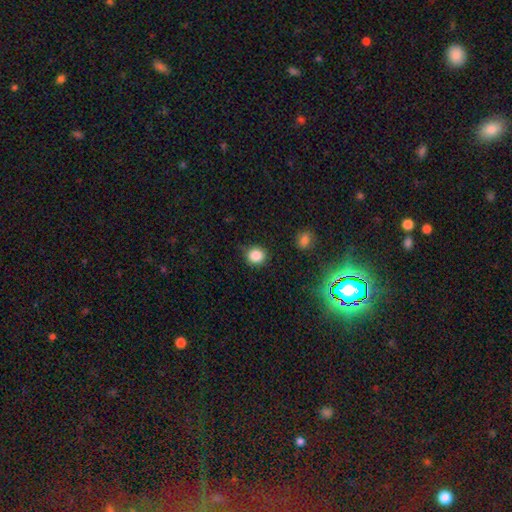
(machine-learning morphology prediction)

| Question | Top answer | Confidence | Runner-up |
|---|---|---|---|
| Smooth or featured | smooth | 85% | star or artifact (11%) |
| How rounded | round | 86% | in between (14%) |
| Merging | none | 84% | minor disturbance (11%) |